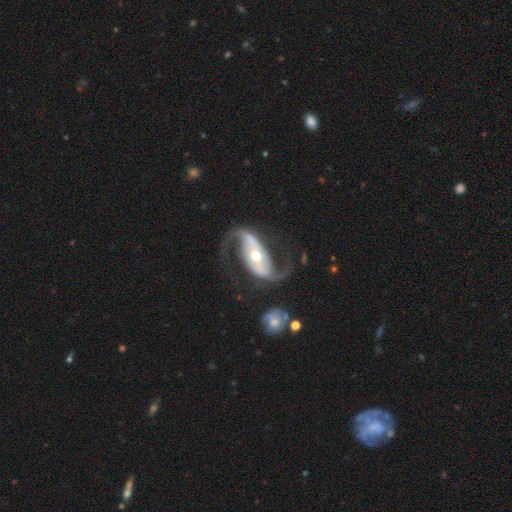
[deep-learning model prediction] A featured or disk galaxy (92%) with a strong bar (48%), 2 (94%) loose (60%) spiral arms (97%) and a moderate central bulge (56%).

Vote fractions:
- Smooth or featured? featured or disk: 92% / smooth: 4% / star or artifact: 4%
- Edge-on disk? no: 97% / yes: 3%
- Bar? strong: 48% / weak: 27% / no: 25%
- Spiral arms? yes: 97% / no: 3%
- Spiral winding? loose: 60% / medium: 32% / tight: 7%
- Spiral arm count? 2: 94% / 1: 2% / can't tell: 1% / 3: 1% / 4: 1% / more than 4: 1%
- Bulge size? moderate: 56% / small: 37% / large: 4% / dominant: 1% / none: 1%
- Merging? none: 73% / minor disturbance: 12% / major disturbance: 11% / merger: 3%